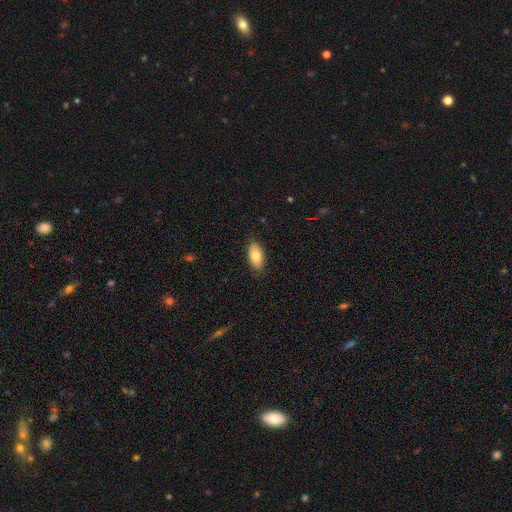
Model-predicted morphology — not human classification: smooth 80%, featured or disk 13%, star or artifact 7%. Down the decision tree: how rounded — in between (91%); merging — none (86%).